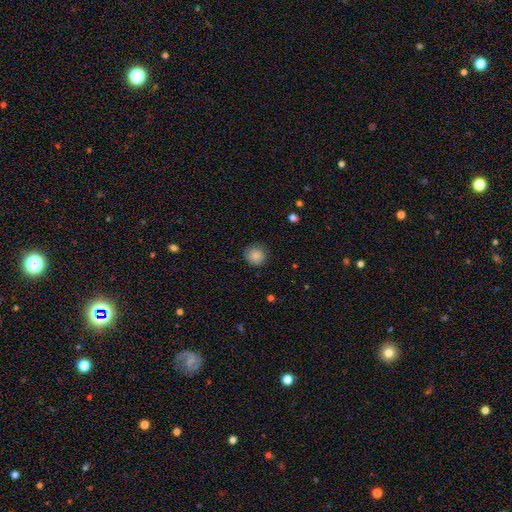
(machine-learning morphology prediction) A smooth galaxy with no disk features (86%) that is round (90%).

Vote fractions:
- Smooth or featured? smooth: 86% / star or artifact: 9% / featured or disk: 5%
- How rounded? round: 90% / in between: 9% / cigar-shaped: 1%
- Merging? none: 84% / minor disturbance: 12% / major disturbance: 3% / merger: 1%